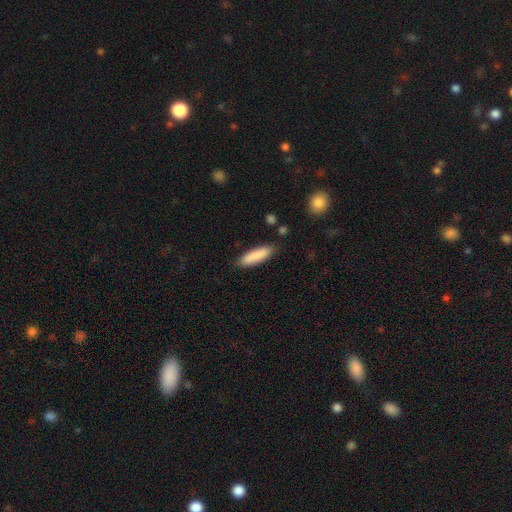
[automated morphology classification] Smooth or featured: smooth — 87% (featured or disk — 7%)
How rounded: cigar-shaped — 60% (in between — 38%)
Merging: none — 85% (minor disturbance — 11%)